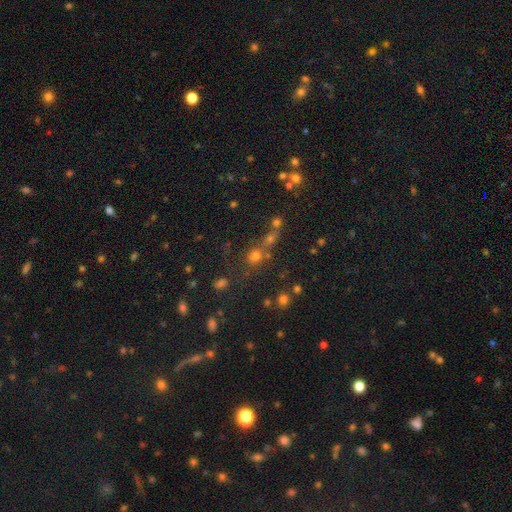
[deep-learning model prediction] Smooth or featured? Predicted: smooth (p=0.52). How rounded? Predicted: round (p=0.85). Merging? Predicted: none (p=0.56).